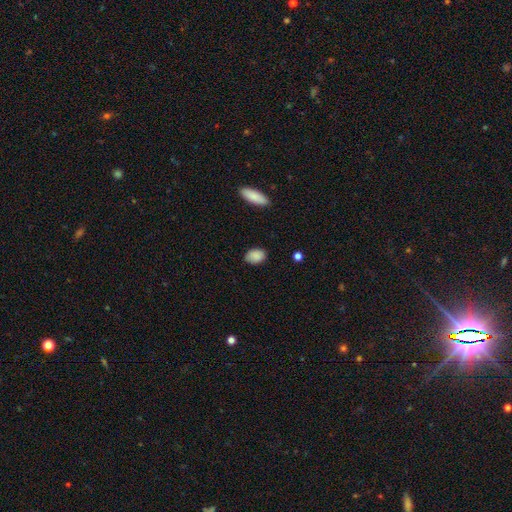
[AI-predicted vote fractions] smooth-or-featured: smooth: 89% | star or artifact: 7% | featured or disk: 4%
  how-rounded: in between: 81% | round: 18% | cigar-shaped: 1%
  merging: none: 84% | minor disturbance: 12% | major disturbance: 2% | merger: 1%